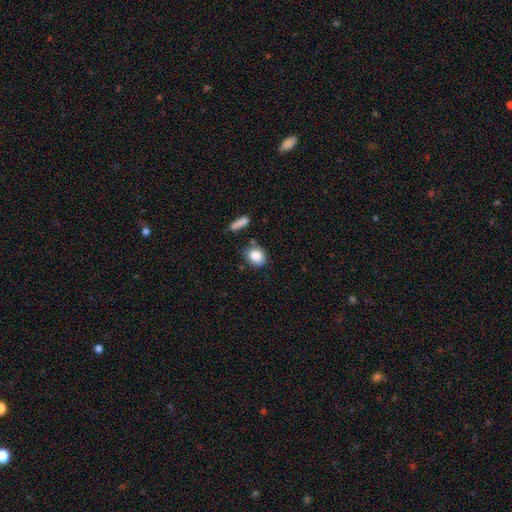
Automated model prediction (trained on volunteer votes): Smooth or featured?
  - smooth: 84% *
  - star or artifact: 8%
  - featured or disk: 7%
How rounded?
  - round: 54% *
  - in between: 45%
  - cigar-shaped: 2%
Merging?
  - none: 69% *
  - minor disturbance: 18%
  - merger: 8%
  - major disturbance: 5%